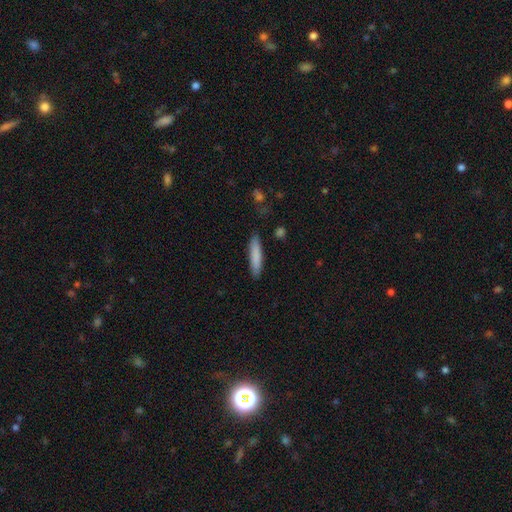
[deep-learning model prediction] smooth 82%, featured or disk 12%, star or artifact 6%. Down the decision tree: how rounded — cigar-shaped (87%); merging — none (87%).